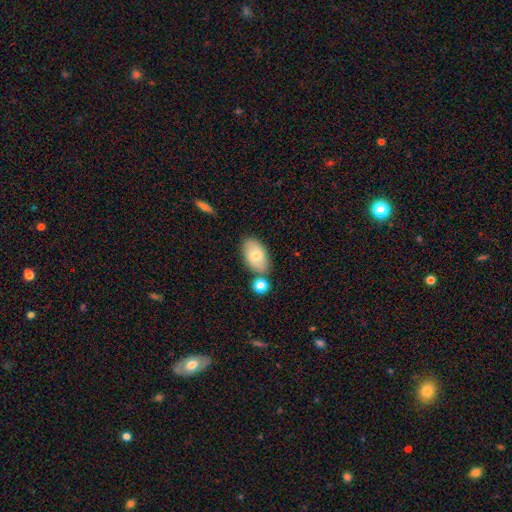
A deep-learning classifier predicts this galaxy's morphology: The model was most divided on "smooth or featured": smooth: 70%, featured or disk: 23%, star or artifact: 7%. More confident: how rounded — in between (93%); merging — none (71%).